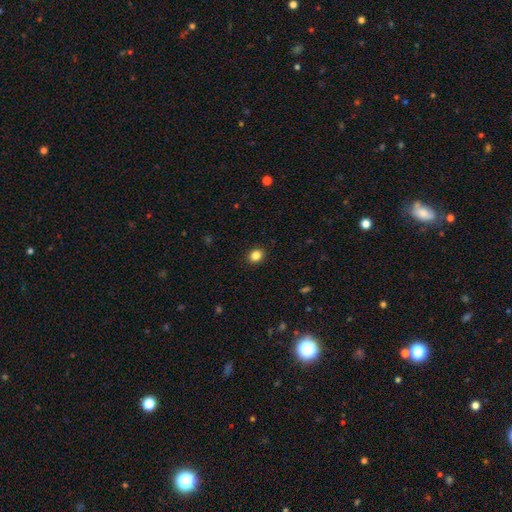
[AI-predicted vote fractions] Smooth or featured? Predicted: smooth (p=0.85). How rounded? Predicted: round (p=0.65). Merging? Predicted: none (p=0.91).